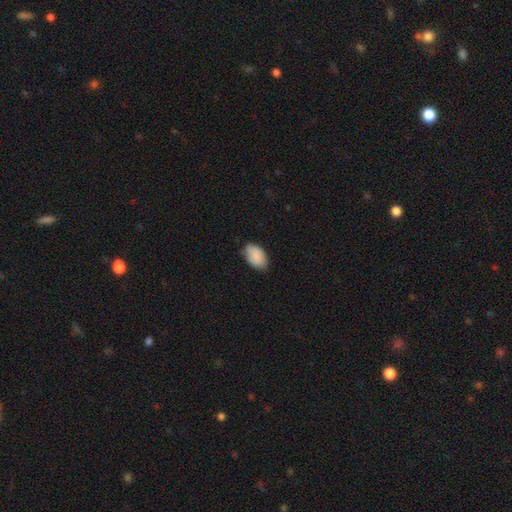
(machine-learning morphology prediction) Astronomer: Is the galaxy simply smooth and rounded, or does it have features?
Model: smooth — 88%.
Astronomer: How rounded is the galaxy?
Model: in between — 92%.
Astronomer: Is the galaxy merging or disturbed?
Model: none — 71%.